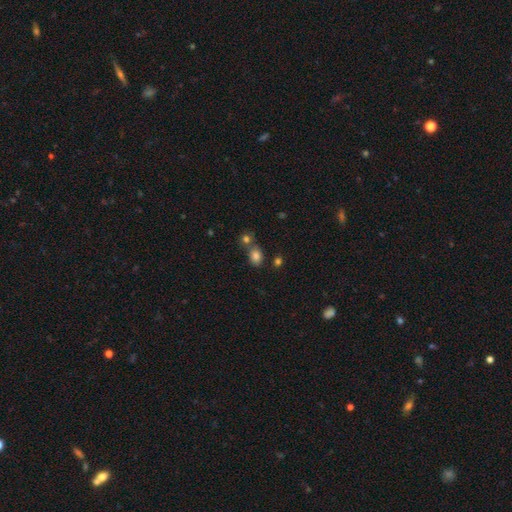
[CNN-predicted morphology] A smooth galaxy with no disk features (80%) that is in between round and cigar-shaped (62%). Merging: none (58%).